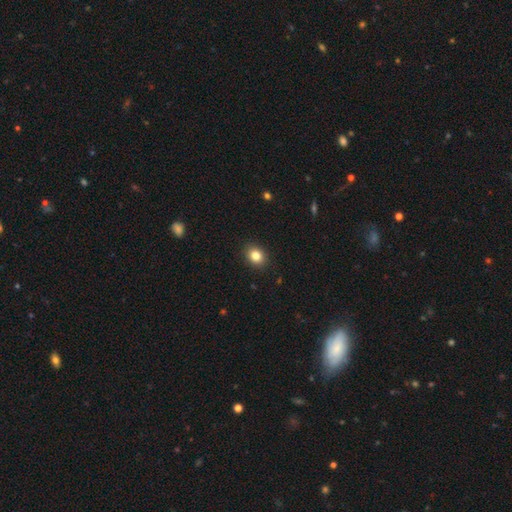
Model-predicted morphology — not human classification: Smooth or featured: smooth — 83% (star or artifact — 11%)
How rounded: round — 55% (in between — 44%)
Merging: none — 91% (minor disturbance — 7%)